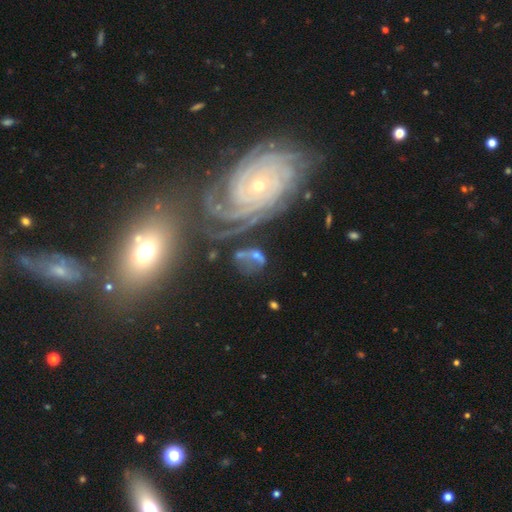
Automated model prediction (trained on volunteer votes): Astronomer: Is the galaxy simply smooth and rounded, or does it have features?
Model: featured or disk — 69%.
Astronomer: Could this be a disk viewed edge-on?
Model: no — 94%.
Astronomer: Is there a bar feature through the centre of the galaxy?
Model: no — 61%.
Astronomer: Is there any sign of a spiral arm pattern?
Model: yes — 91%.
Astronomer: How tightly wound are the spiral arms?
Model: tight — 70%.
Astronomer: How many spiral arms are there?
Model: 2 — 30% (runner-up: can't tell, 26%).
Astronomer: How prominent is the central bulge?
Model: small — 60%.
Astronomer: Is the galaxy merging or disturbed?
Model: none — 54%.